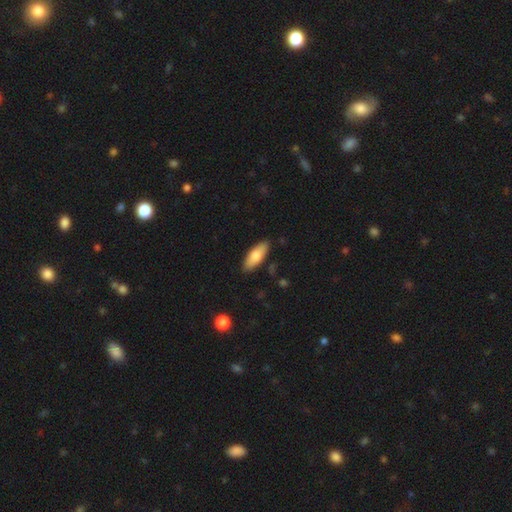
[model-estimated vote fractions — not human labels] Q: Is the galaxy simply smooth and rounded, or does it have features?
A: smooth — 74%.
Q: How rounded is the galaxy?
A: in between — 70%.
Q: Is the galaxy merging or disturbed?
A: none — 87%.